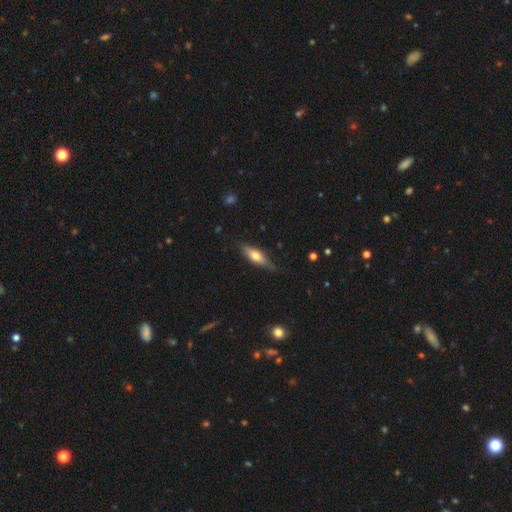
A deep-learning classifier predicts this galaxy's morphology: This appears to be a smooth galaxy with no disk features (56%) that is cigar-shaped (50%). Merging: none (75%).